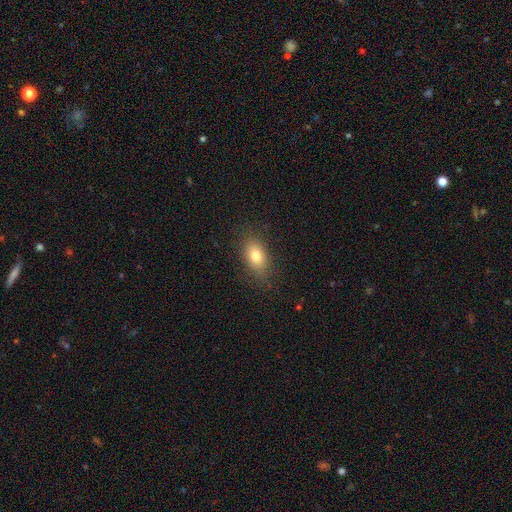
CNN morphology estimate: smooth_or_featured: smooth (p=0.79) [alt: featured or disk p=0.11]
how_rounded: in between (p=0.85) [alt: round p=0.12]
merging: none (p=0.84) [alt: minor disturbance p=0.12]